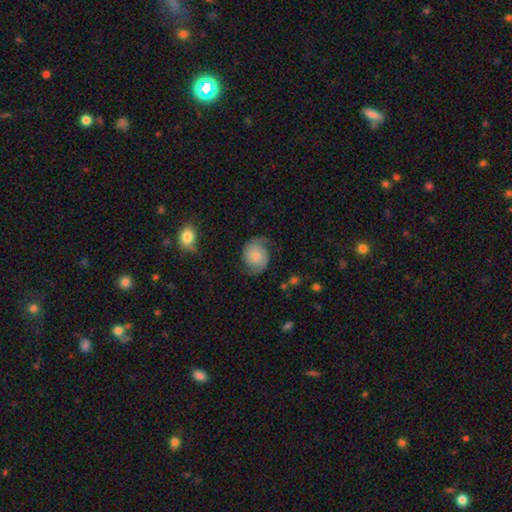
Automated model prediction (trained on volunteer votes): smooth_or_featured: featured or disk (p=0.67) [alt: smooth p=0.25]
disk_edge_on: no (p=0.98) [alt: yes p=0.02]
bar: no (p=0.76) [alt: weak p=0.20]
has_spiral_arms: yes (p=0.94) [alt: no p=0.06]
spiral_winding: medium (p=0.45) [alt: tight p=0.28]
spiral_arm_count: 2 (p=0.91) [alt: can't tell p=0.04]
bulge_size: small (p=0.55) [alt: moderate p=0.23]
merging: none (p=0.70) [alt: minor disturbance p=0.19]